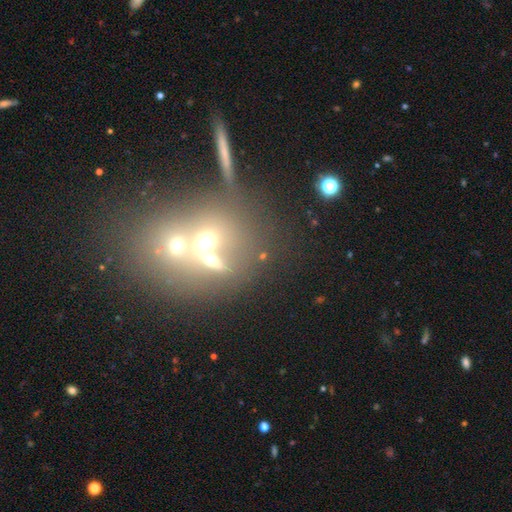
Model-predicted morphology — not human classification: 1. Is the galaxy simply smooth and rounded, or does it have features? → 43% smooth, 31% star or artifact, 26% featured or disk.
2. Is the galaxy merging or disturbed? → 54% merger, 33% none, 7% minor disturbance, 6% major disturbance.